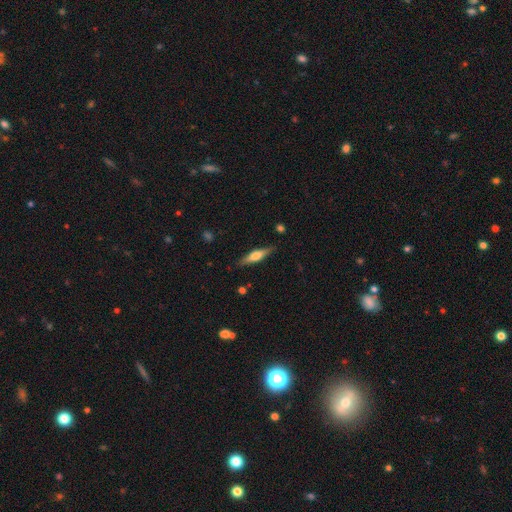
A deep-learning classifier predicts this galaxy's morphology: smooth-or-featured: featured or disk: 52% | smooth: 42% | star or artifact: 6%
  disk-edge-on: yes: 95% | no: 5%
  merging: none: 87% | minor disturbance: 10% | major disturbance: 2% | merger: 1%